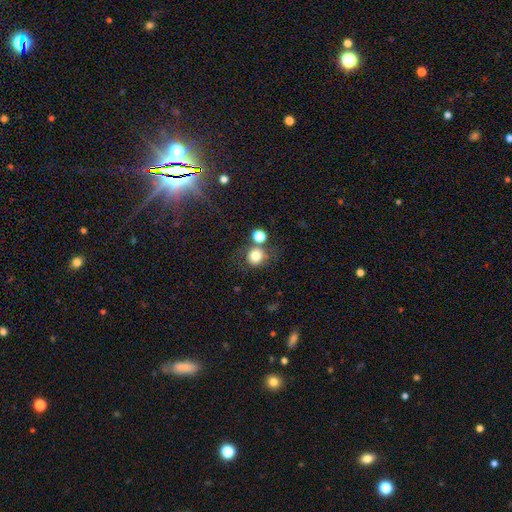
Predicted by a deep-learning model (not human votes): smooth-or-featured: smooth: 78% | star or artifact: 13% | featured or disk: 9%
  how-rounded: round: 83% | in between: 16% | cigar-shaped: 1%
  merging: none: 62% | merger: 21% | minor disturbance: 12% | major disturbance: 6%